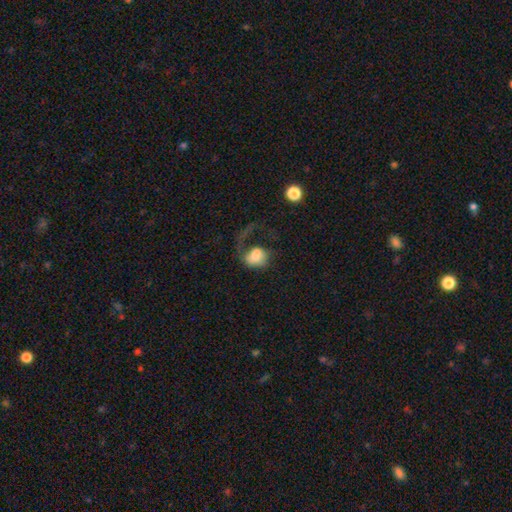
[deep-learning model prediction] The model was most divided on "how rounded": round: 50%, in between: 49%, cigar-shaped: 1%. More confident: merging — major disturbance (60%); smooth or featured — smooth (59%).